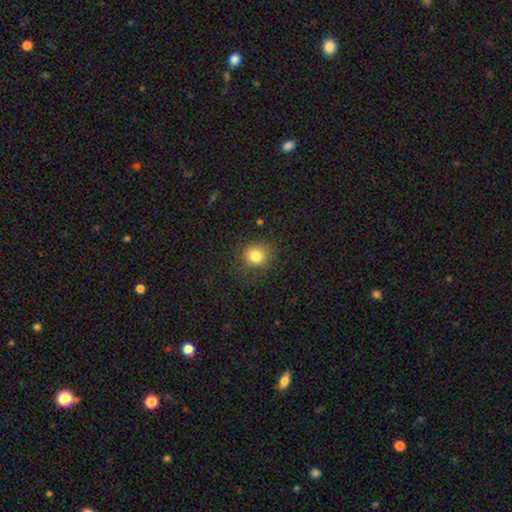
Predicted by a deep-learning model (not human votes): Overall: smooth (81%). How rounded: round (84%). Merging: none (82%).